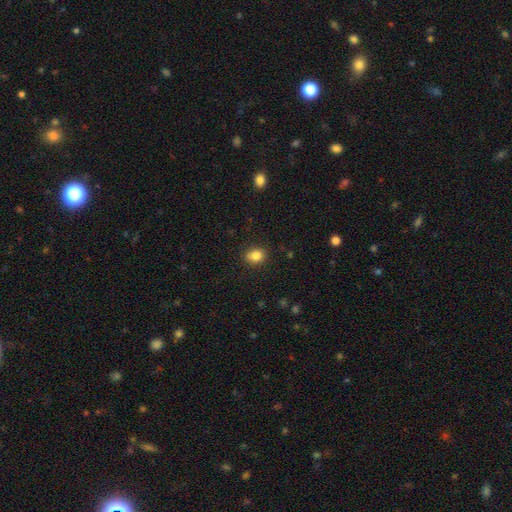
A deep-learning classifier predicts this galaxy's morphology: A smooth galaxy with no disk features (86%) that is in between round and cigar-shaped (59%).

Vote fractions:
- Smooth or featured? smooth: 86% / star or artifact: 9% / featured or disk: 5%
- How rounded? in between: 59% / round: 40% / cigar-shaped: 1%
- Merging? none: 87% / minor disturbance: 10% / major disturbance: 3% / merger: 1%